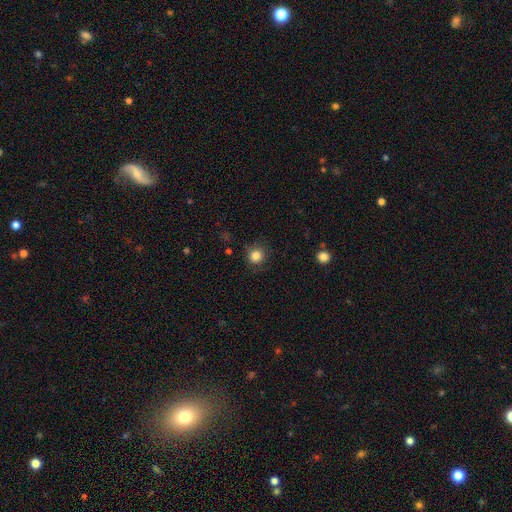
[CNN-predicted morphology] Smooth or featured: smooth — 84% (star or artifact — 11%)
How rounded: round — 91% (in between — 8%)
Merging: none — 84% (minor disturbance — 11%)